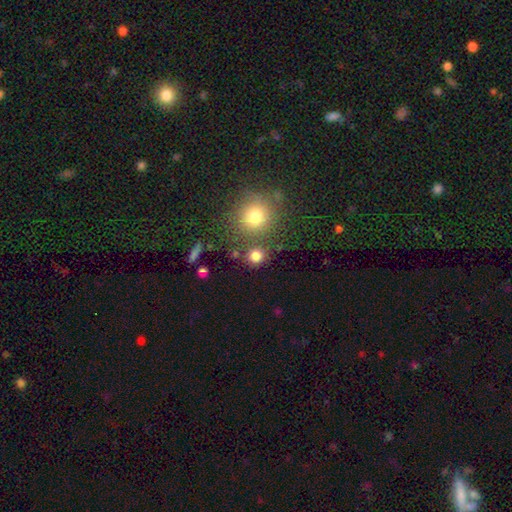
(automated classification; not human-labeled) Morphology: type=smooth (79%); roundness=round (88%); merging=none (75%).